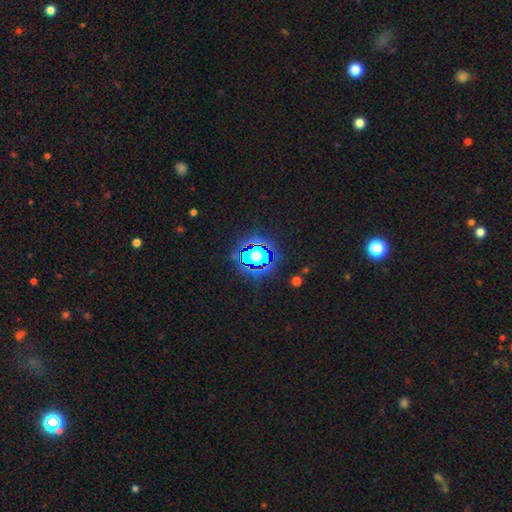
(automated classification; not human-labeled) This is likely a star or artifact rather than a galaxy (77%).